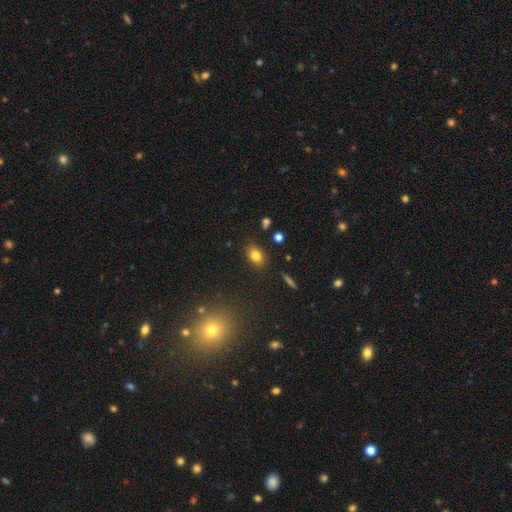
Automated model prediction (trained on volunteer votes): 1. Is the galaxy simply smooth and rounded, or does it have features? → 80% smooth, 11% star or artifact, 9% featured or disk.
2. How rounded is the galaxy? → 76% in between, 22% round, 2% cigar-shaped.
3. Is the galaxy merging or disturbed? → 84% none, 11% minor disturbance, 3% major disturbance, 2% merger.